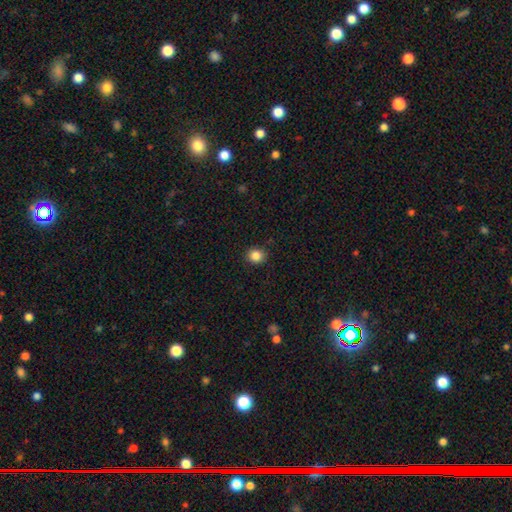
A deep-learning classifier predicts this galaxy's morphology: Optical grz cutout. It shows a smooth galaxy with no disk features (85%) that is round (88%). Merging: none (90%).